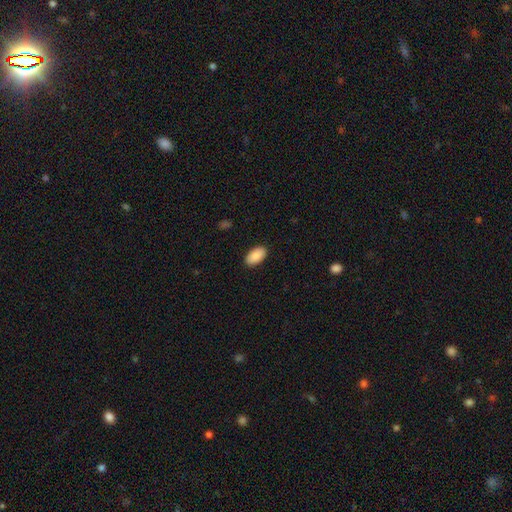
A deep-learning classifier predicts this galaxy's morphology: A smooth galaxy with no disk features (91%) that is in between round and cigar-shaped (96%). Merging: none (90%).